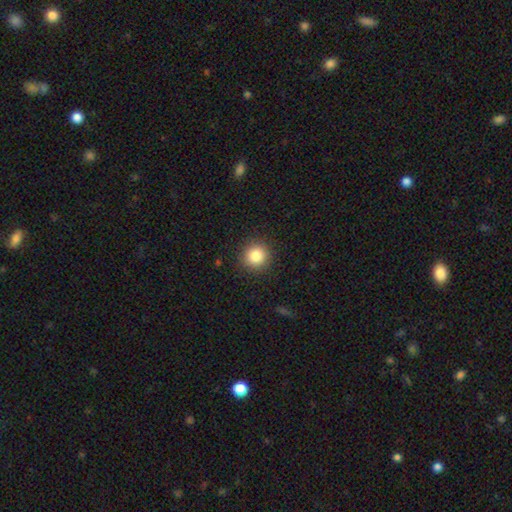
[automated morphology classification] Smooth or featured? smooth (85%)
How rounded? round (93%)
Merging? none (91%)